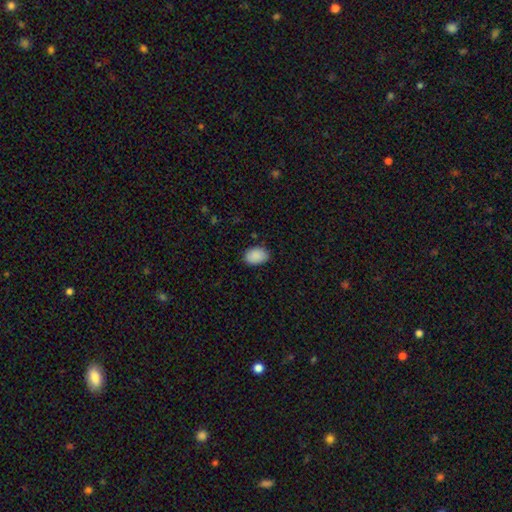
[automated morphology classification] Overall: smooth (90%). How rounded: in between (84%). Merging: none (84%).